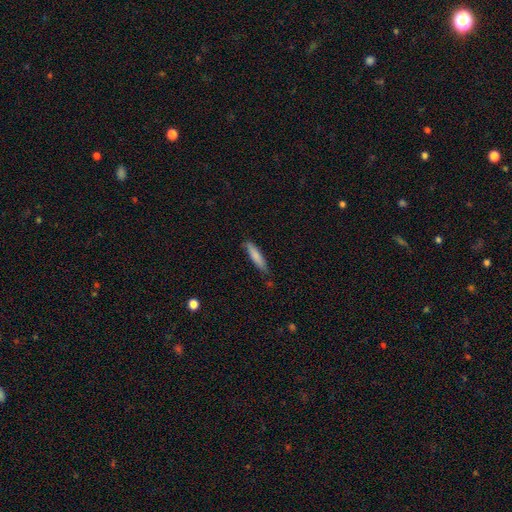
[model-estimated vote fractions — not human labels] A smooth galaxy with no disk features (81%) that is cigar-shaped (84%).

Vote fractions:
- Smooth or featured? smooth: 81% / featured or disk: 13% / star or artifact: 6%
- How rounded? cigar-shaped: 84% / in between: 15% / round: 1%
- Merging? none: 76% / minor disturbance: 19% / major disturbance: 3% / merger: 2%